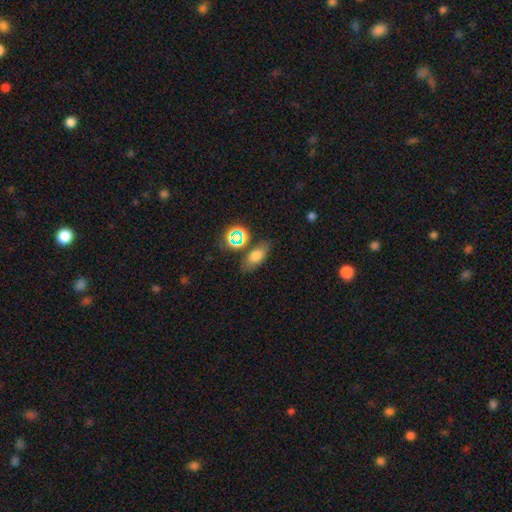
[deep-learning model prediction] Overall: smooth (68%). How rounded: in between (78%). Merging: none (72%).